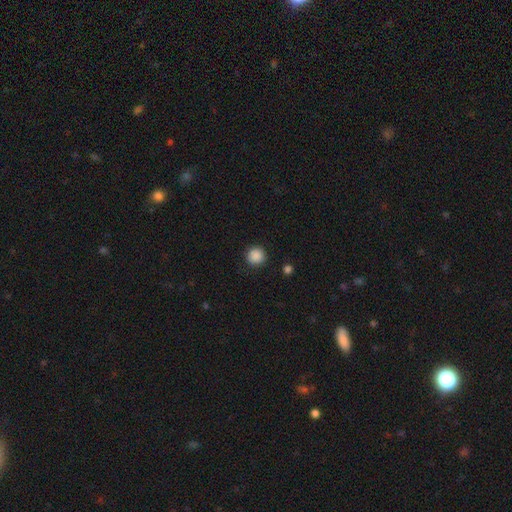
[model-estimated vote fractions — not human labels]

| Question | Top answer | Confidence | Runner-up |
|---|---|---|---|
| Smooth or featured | smooth | 88% | star or artifact (10%) |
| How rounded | round | 95% | in between (4%) |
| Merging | none | 91% | minor disturbance (6%) |